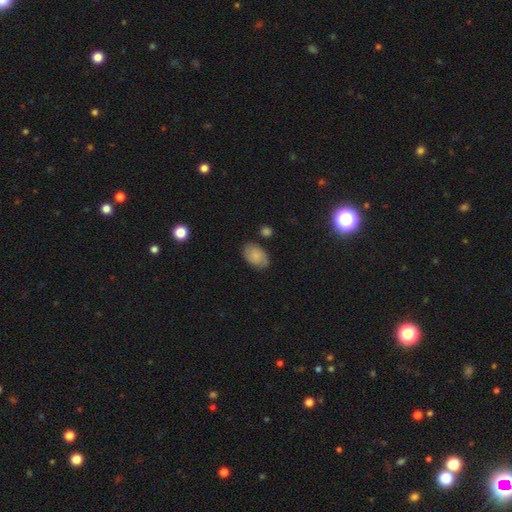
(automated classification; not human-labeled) This is likely a smooth galaxy (67%). How rounded: clearly in between (89%). Merging: likely none (76%).